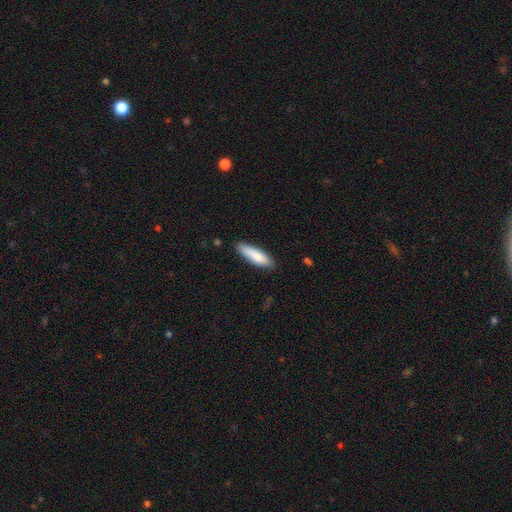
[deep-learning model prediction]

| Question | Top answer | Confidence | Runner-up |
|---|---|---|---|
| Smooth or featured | smooth | 83% | featured or disk (11%) |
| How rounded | cigar-shaped | 60% | in between (38%) |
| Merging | none | 82% | minor disturbance (15%) |